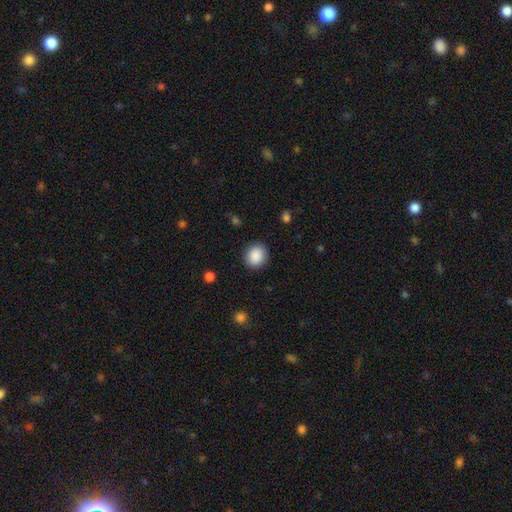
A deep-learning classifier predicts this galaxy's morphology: The model was most divided on "how rounded": round: 75%, in between: 24%, cigar-shaped: 1%. More confident: merging — none (89%); smooth or featured — smooth (89%).